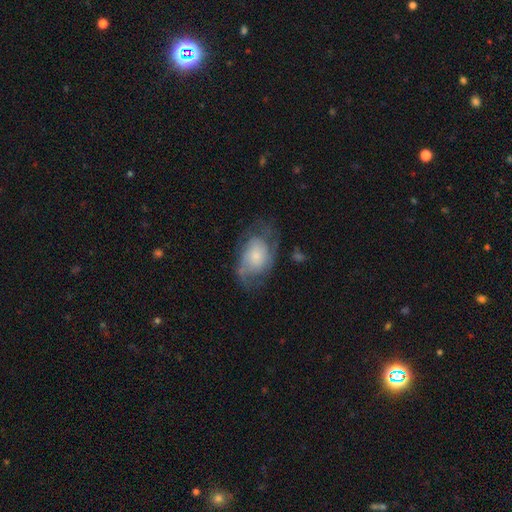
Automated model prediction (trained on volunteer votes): Smooth or featured? Predicted: featured or disk (p=0.67). Edge-on disk? Predicted: no (p=0.96). Bar? Predicted: no (p=0.75). Spiral arms? Predicted: yes (p=0.85). Spiral winding? Predicted: medium (p=0.45). Spiral arm count? Predicted: 2 (p=0.64). Bulge size? Predicted: small (p=0.47). Merging? Predicted: none (p=0.60).